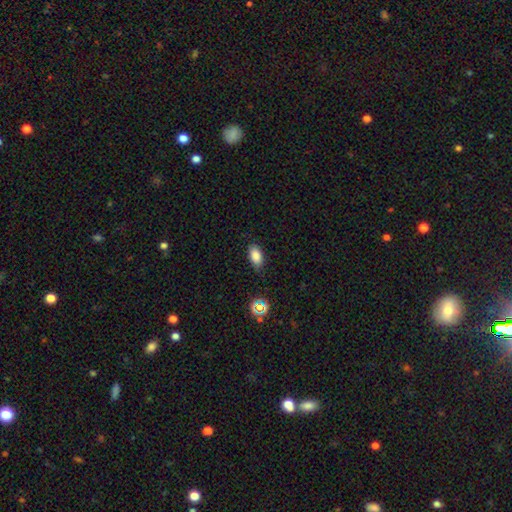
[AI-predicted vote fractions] Overall: smooth (83%). How rounded: in between (90%). Merging: none (81%).